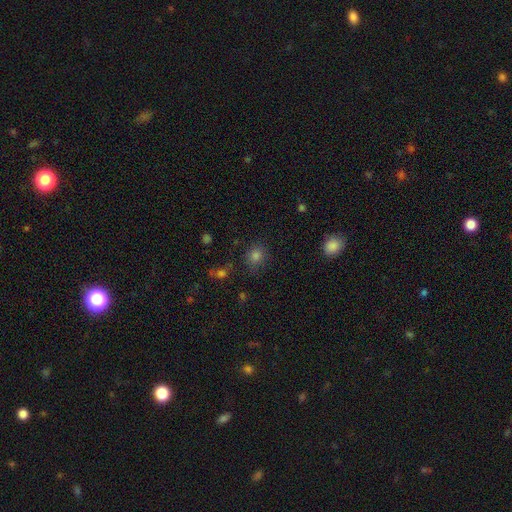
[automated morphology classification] smooth-or-featured: smooth: 76% | star or artifact: 18% | featured or disk: 6%
  how-rounded: round: 76% | in between: 23% | cigar-shaped: 1%
  merging: none: 81% | minor disturbance: 12% | major disturbance: 4% | merger: 3%